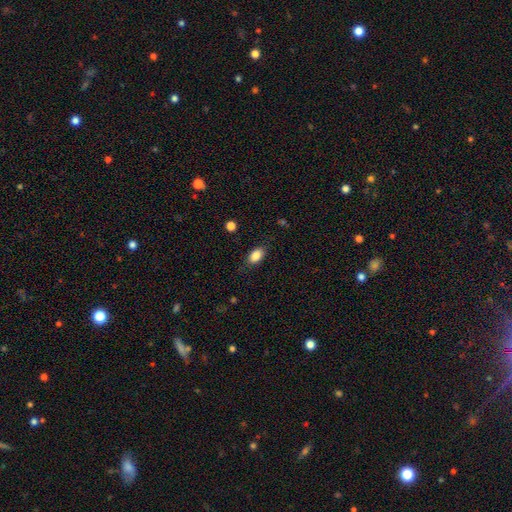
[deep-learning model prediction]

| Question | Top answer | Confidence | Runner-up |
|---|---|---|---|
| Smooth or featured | smooth | 86% | star or artifact (8%) |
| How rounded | in between | 87% | round (10%) |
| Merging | none | 82% | minor disturbance (14%) |